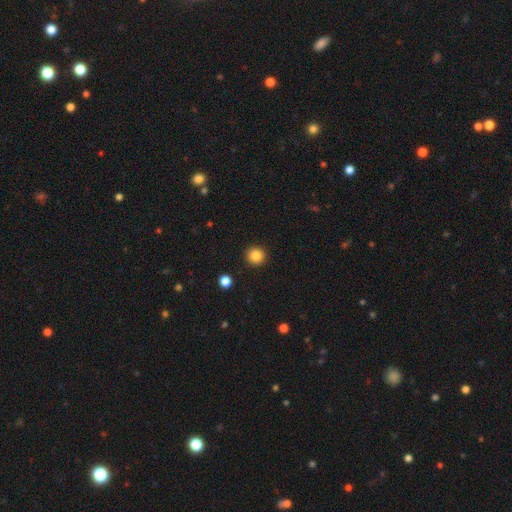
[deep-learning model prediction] Smooth or featured? smooth (85%)
How rounded? round (95%)
Merging? none (93%)